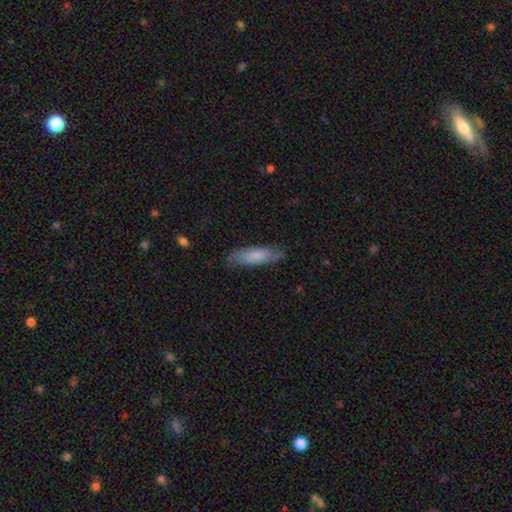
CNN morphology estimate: Smooth or featured?
  - smooth: 75% *
  - featured or disk: 19%
  - star or artifact: 5%
How rounded?
  - cigar-shaped: 56% *
  - in between: 42%
  - round: 1%
Merging?
  - none: 80% *
  - minor disturbance: 16%
  - major disturbance: 3%
  - merger: 1%